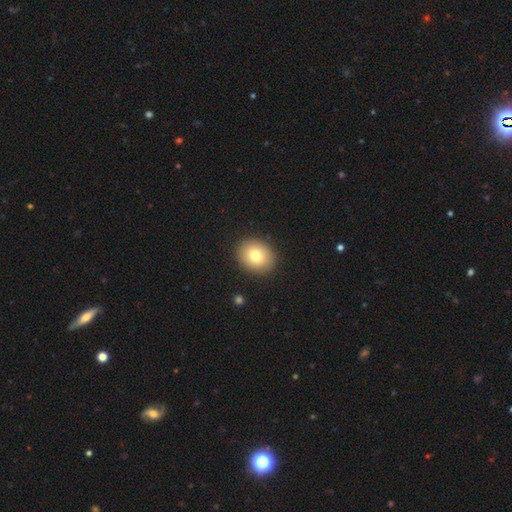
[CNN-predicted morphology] type=smooth (78%); roundness=round (62%); merging=none (90%).